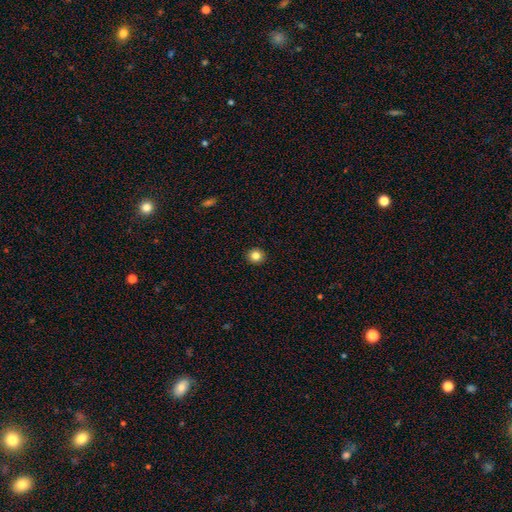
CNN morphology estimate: This appears to be a smooth galaxy with no disk features (84%) that is round (90%). Merging: none (93%).